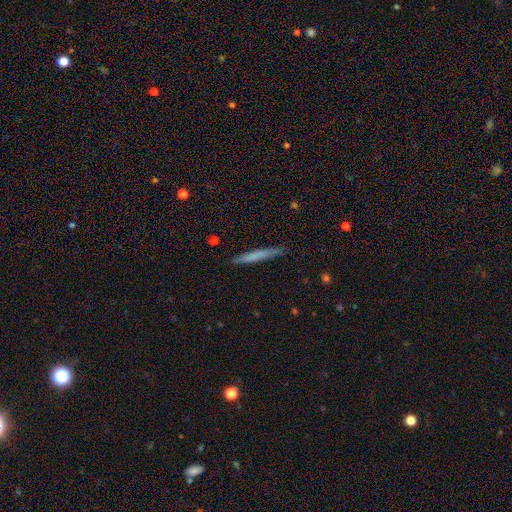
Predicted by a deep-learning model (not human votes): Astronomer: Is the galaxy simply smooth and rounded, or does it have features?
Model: smooth — 64%.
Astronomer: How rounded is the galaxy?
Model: cigar-shaped — 96%.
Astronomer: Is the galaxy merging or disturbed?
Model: none — 89%.